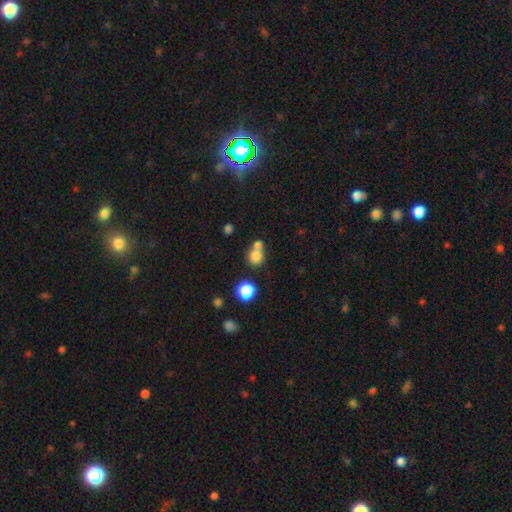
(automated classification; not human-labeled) A smooth galaxy with no disk features (78%) that is round (80%).

Vote fractions:
- Smooth or featured? smooth: 78% / star or artifact: 13% / featured or disk: 9%
- How rounded? round: 80% / in between: 19% / cigar-shaped: 1%
- Merging? merger: 46% / none: 44% / minor disturbance: 7% / major disturbance: 3%